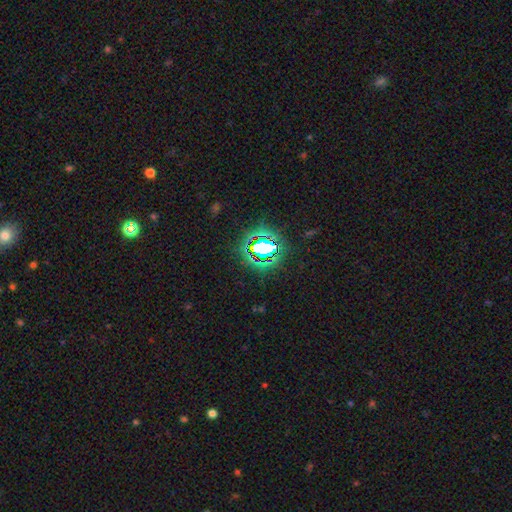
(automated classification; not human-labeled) This appears to be a star or artifact, not a galaxy (75%).